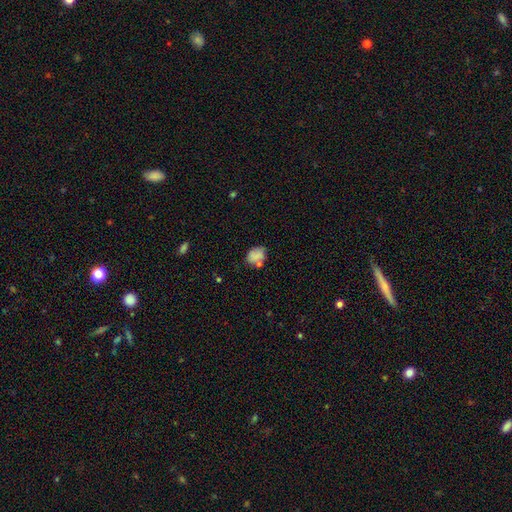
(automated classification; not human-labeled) This appears to be a smooth galaxy with no disk features (75%) that is in between round and cigar-shaped (65%). Merging: none (54%).